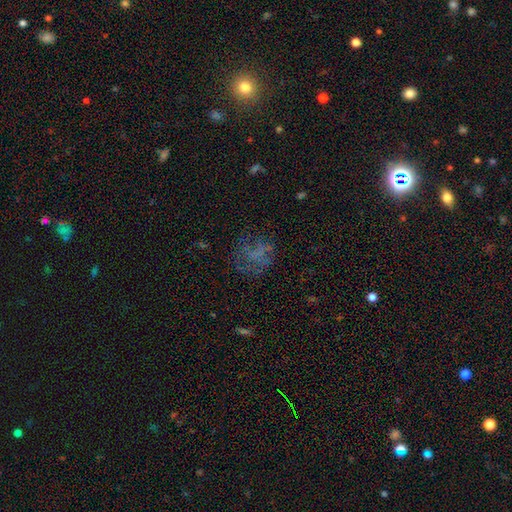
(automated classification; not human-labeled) Smooth or featured?
  - smooth: 38% *
  - featured or disk: 36%
  - star or artifact: 25%
Merging?
  - none: 55% *
  - major disturbance: 25%
  - minor disturbance: 17%
  - merger: 3%